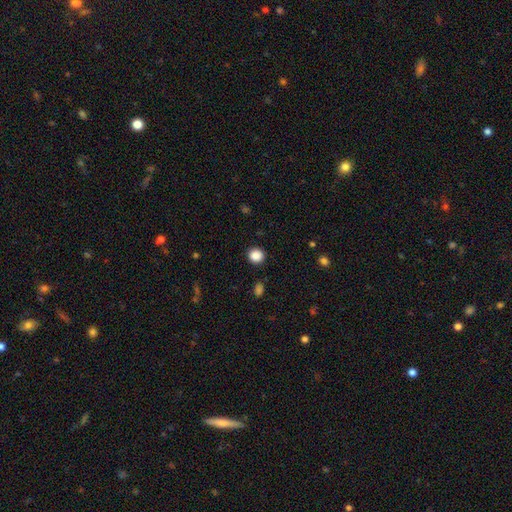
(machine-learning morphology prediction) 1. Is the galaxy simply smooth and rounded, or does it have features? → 88% smooth, 10% star or artifact, 3% featured or disk.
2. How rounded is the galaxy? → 87% round, 12% in between, 1% cigar-shaped.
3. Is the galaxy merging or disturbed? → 90% none, 7% minor disturbance, 2% major disturbance, 1% merger.